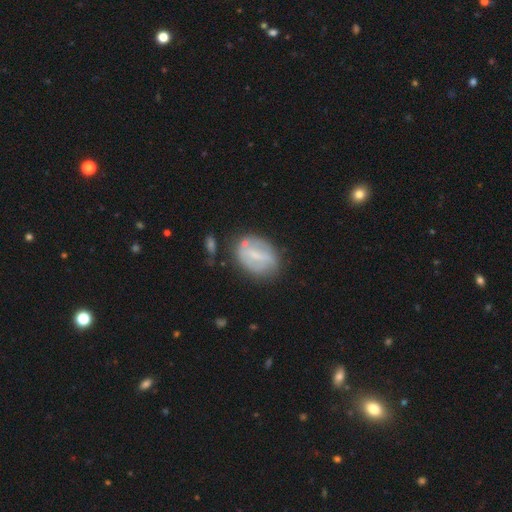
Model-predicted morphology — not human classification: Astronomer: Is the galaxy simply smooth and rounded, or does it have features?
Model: featured or disk — 60%.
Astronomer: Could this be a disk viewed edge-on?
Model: no — 95%.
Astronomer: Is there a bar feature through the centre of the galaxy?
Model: weak — 47% (runner-up: strong, 34%).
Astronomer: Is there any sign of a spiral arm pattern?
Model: yes — 57% (runner-up: no, 43%).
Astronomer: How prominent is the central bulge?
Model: small — 49% (runner-up: none, 25%).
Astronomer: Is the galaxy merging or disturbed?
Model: none — 62%.